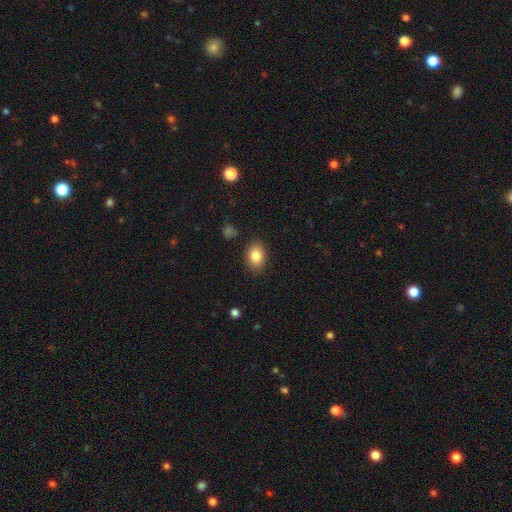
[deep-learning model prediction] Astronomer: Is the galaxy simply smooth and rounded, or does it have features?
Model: smooth — 84%.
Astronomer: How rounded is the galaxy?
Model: in between — 72%.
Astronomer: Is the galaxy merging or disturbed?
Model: none — 86%.